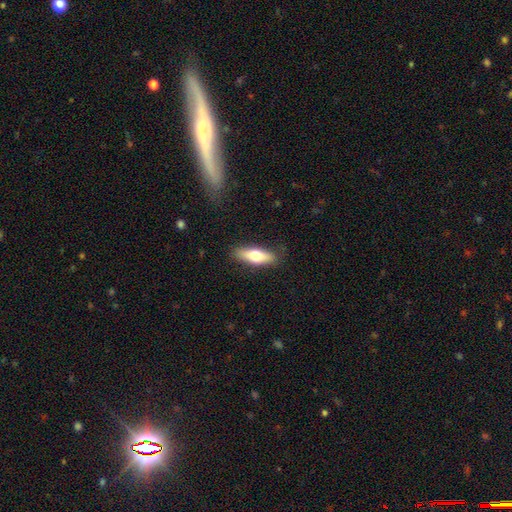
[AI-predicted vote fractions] Q: Smooth or featured?
A: smooth (67%); runner-up: featured or disk (27%)
Q: How rounded?
A: in between (57%); runner-up: cigar-shaped (40%)
Q: Merging?
A: none (85%); runner-up: minor disturbance (11%)